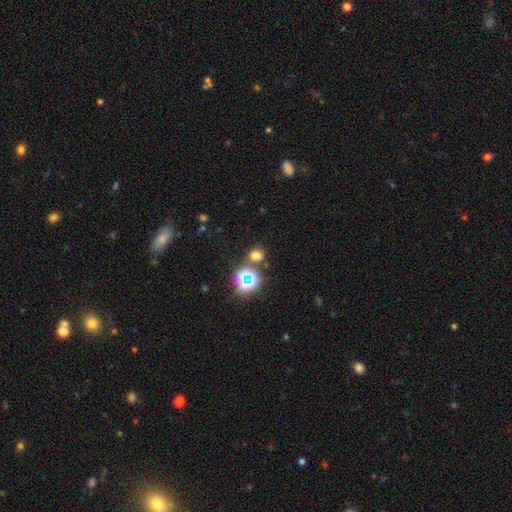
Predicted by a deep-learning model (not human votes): smooth 65%, star or artifact 29%, featured or disk 7%. Down the decision tree: how rounded — round (66%); merging — none (73%).